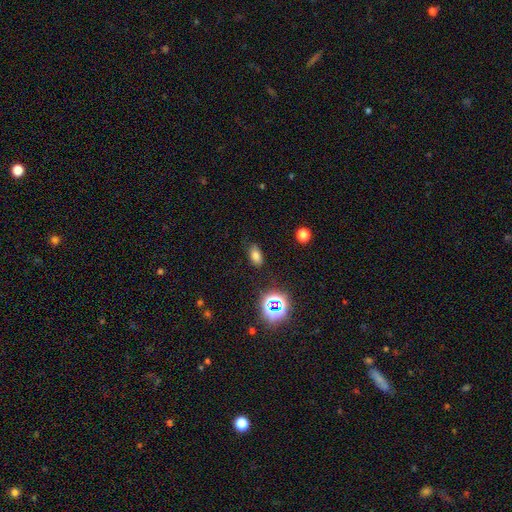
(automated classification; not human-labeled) smooth 72%, star or artifact 20%, featured or disk 8%. Down the decision tree: how rounded — in between (87%); merging — none (82%).